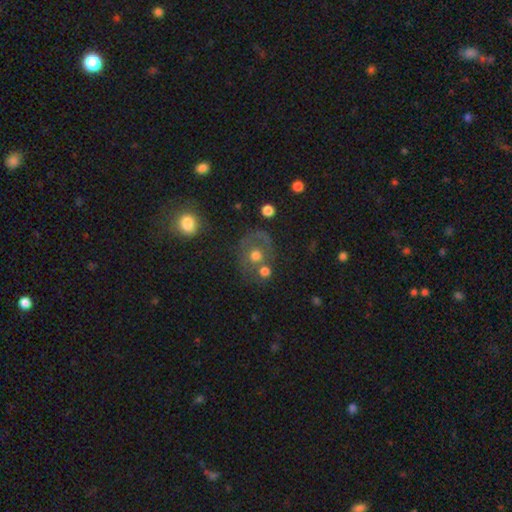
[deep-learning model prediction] This is possibly a smooth galaxy (50%). How rounded: likely round (76%). Merging: possibly none (46%).